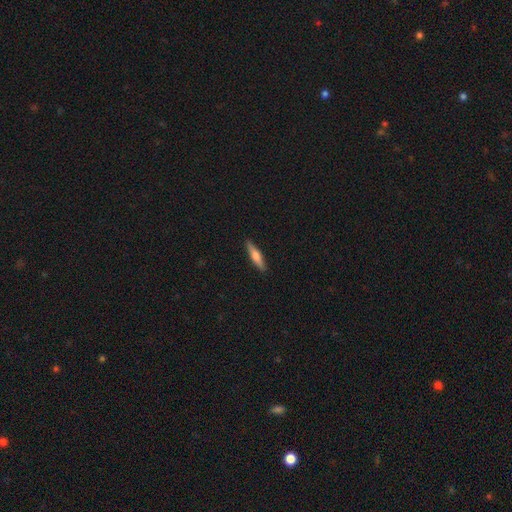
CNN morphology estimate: Q: Smooth or featured?
A: smooth (65%); runner-up: featured or disk (29%)
Q: How rounded?
A: cigar-shaped (80%); runner-up: in between (19%)
Q: Merging?
A: none (89%); runner-up: minor disturbance (8%)